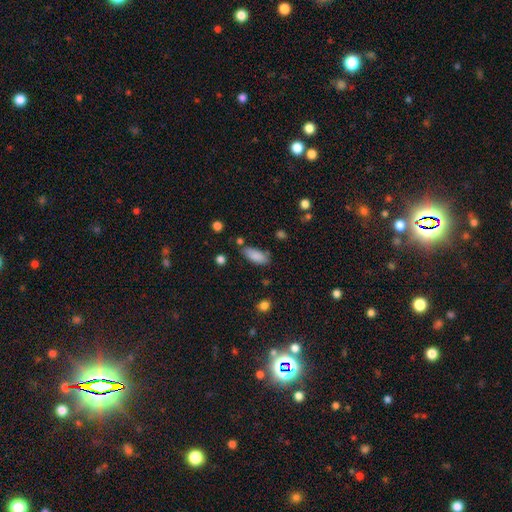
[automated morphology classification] Overall: smooth (86%). How rounded: in between (83%). Merging: none (71%).